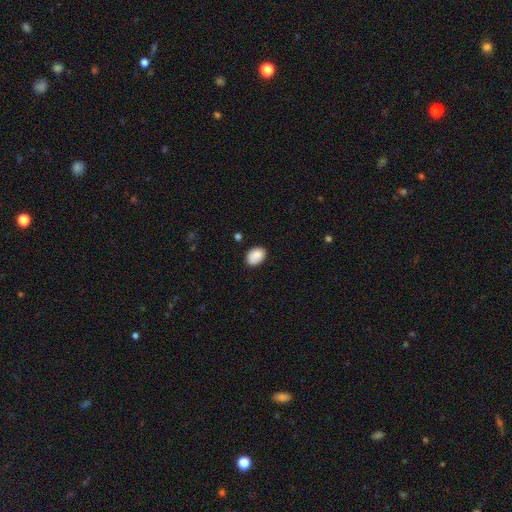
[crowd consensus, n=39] Smooth or featured: smooth — 87% (featured or disk — 8%)
How rounded: in between — 91% (round — 9%)
Merging: none — 81% (minor disturbance — 16%)